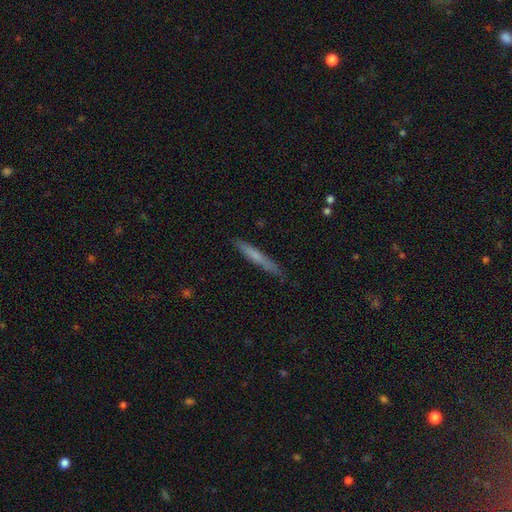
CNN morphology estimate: Smooth or featured: smooth — 60% (featured or disk — 34%)
How rounded: cigar-shaped — 96% (in between — 3%)
Merging: none — 85% (minor disturbance — 11%)